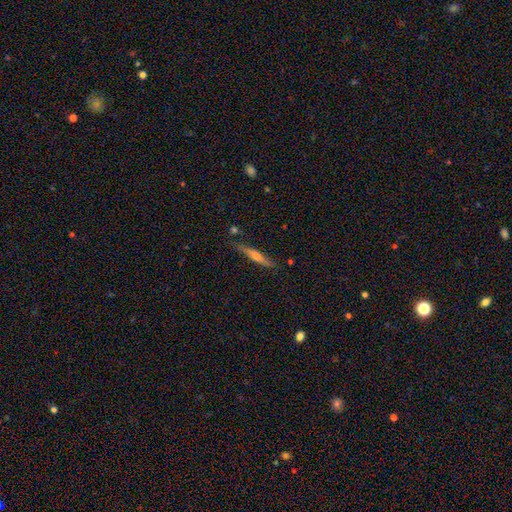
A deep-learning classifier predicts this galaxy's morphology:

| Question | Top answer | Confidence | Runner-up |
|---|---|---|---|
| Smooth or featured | featured or disk | 61% | smooth (32%) |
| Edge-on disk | yes | 96% | no (4%) |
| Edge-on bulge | rounded | 75% | none (15%) |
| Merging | none | 83% | minor disturbance (12%) |